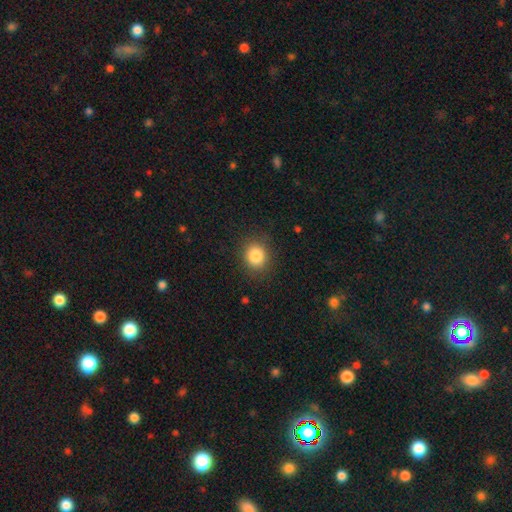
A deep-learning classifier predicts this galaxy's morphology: smooth-or-featured: smooth: 84% | star or artifact: 10% | featured or disk: 6%
  how-rounded: round: 74% | in between: 25% | cigar-shaped: 1%
  merging: none: 87% | minor disturbance: 9% | major disturbance: 3% | merger: 1%